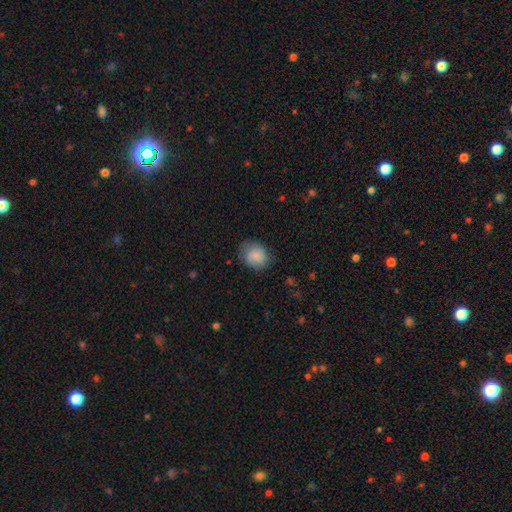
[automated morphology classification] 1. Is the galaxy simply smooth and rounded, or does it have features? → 85% smooth, 8% featured or disk, 8% star or artifact.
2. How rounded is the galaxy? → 63% round, 36% in between, 1% cigar-shaped.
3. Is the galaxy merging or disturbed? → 71% none, 22% minor disturbance, 6% major disturbance, 1% merger.